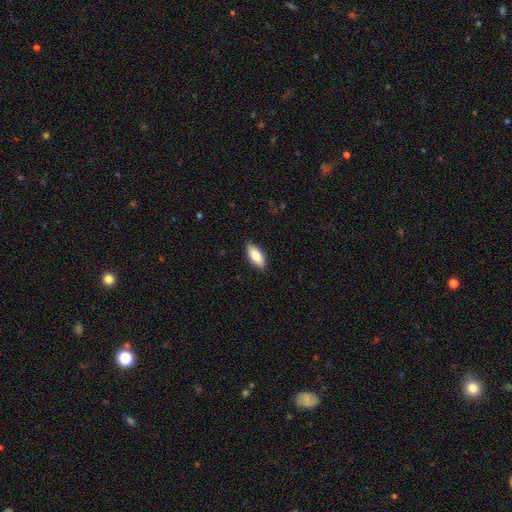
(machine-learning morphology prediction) smooth-or-featured: smooth: 84% | featured or disk: 10% | star or artifact: 6%
  how-rounded: in between: 89% | cigar-shaped: 9% | round: 2%
  merging: none: 88% | minor disturbance: 9% | major disturbance: 2% | merger: 1%